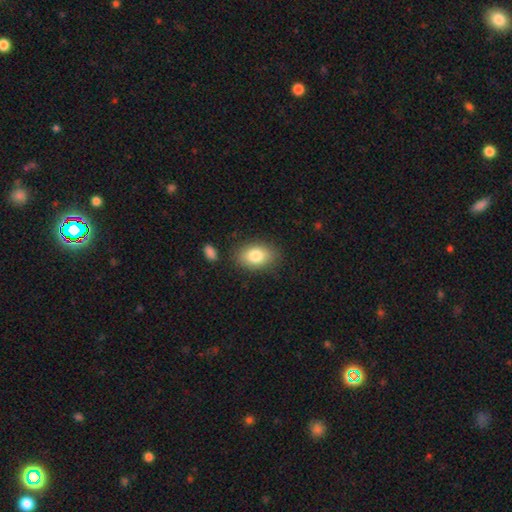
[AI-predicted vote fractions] This appears to be a smooth galaxy with no disk features (82%) that is in between round and cigar-shaped (84%). Merging: none (81%).